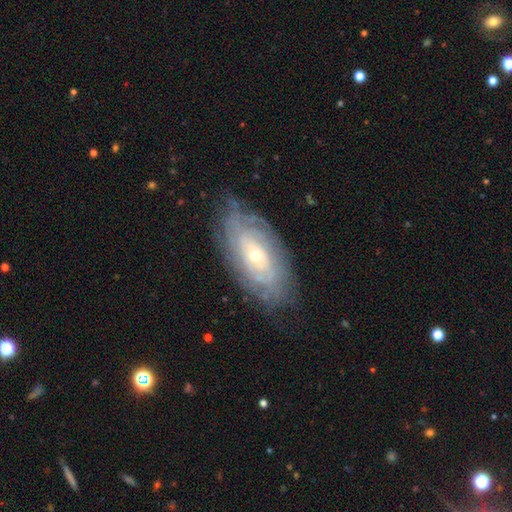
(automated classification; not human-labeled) The model was most divided on "bulge size": small: 61%, moderate: 35%, large: 2%, none: 1%, dominant: 1%. More confident: edge-on disk — no (91%); spiral arms — yes (89%); smooth or featured — featured or disk (80%); spiral winding — tight (80%); merging — none (77%); bar — no (75%); spiral arm count — can't tell (56%).